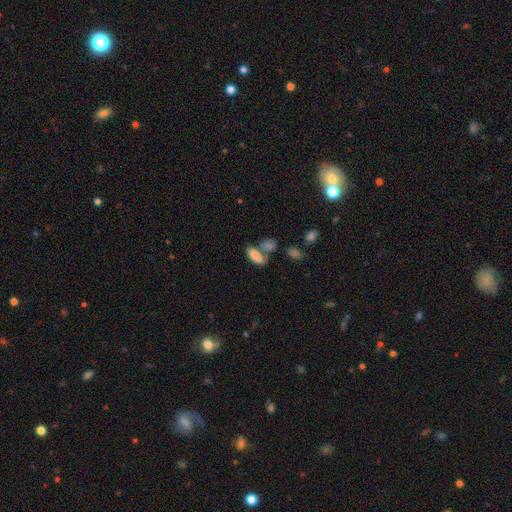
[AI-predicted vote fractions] A smooth galaxy with no disk features (83%) that is in between round and cigar-shaped (81%).

Vote fractions:
- Smooth or featured? smooth: 83% / star or artifact: 9% / featured or disk: 8%
- How rounded? in between: 81% / cigar-shaped: 15% / round: 3%
- Merging? none: 42% / merger: 40% / minor disturbance: 12% / major disturbance: 6%